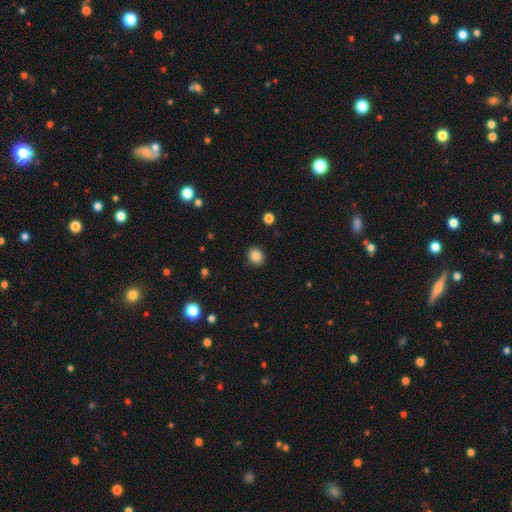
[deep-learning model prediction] smooth 85%, star or artifact 10%, featured or disk 5%. Down the decision tree: how rounded — round (77%); merging — none (90%).